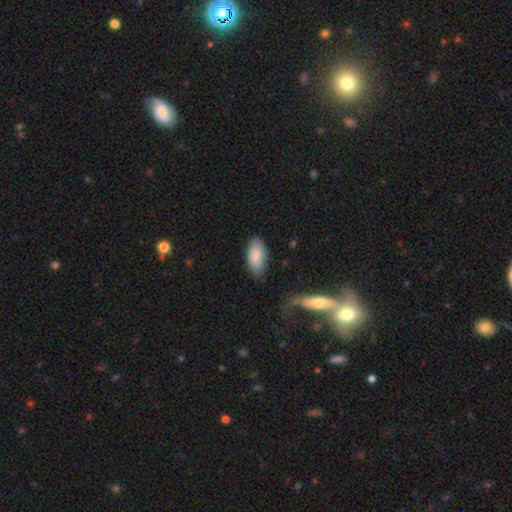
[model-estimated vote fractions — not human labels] Smooth or featured: smooth — 86% (featured or disk — 7%)
How rounded: in between — 92% (cigar-shaped — 6%)
Merging: none — 73% (minor disturbance — 20%)